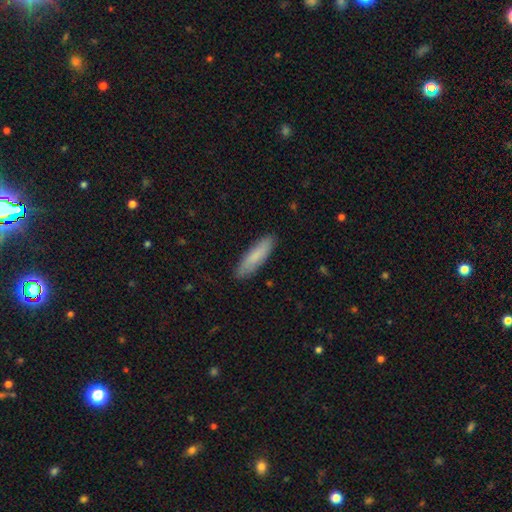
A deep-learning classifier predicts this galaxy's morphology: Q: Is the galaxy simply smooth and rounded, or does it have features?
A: smooth — 82%.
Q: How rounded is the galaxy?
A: cigar-shaped — 71%.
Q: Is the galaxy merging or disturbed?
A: none — 87%.